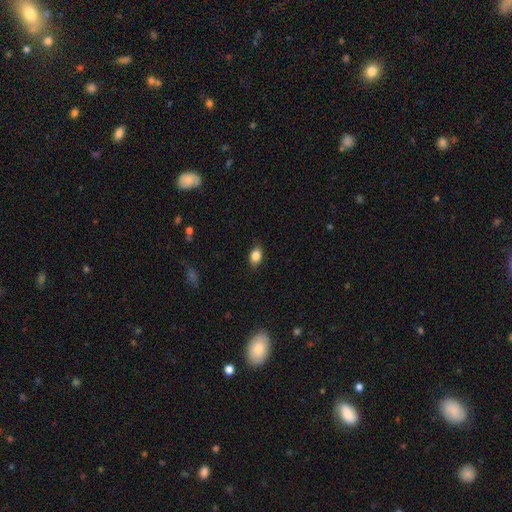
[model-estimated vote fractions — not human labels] Morphology: type=smooth (85%); roundness=in between (79%); merging=none (84%).